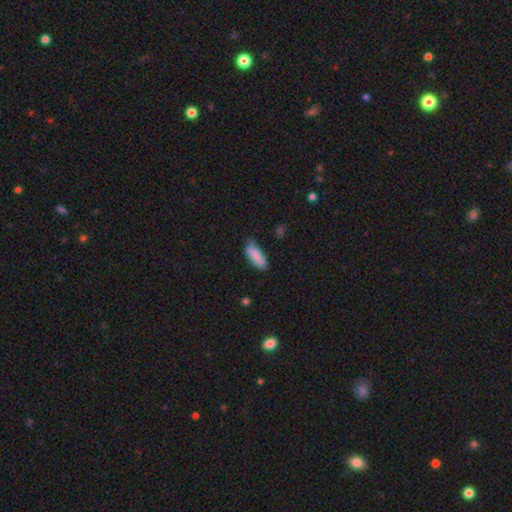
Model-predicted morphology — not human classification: Smooth or featured: smooth — 85% (featured or disk — 9%)
How rounded: in between — 68% (cigar-shaped — 30%)
Merging: none — 66% (minor disturbance — 27%)